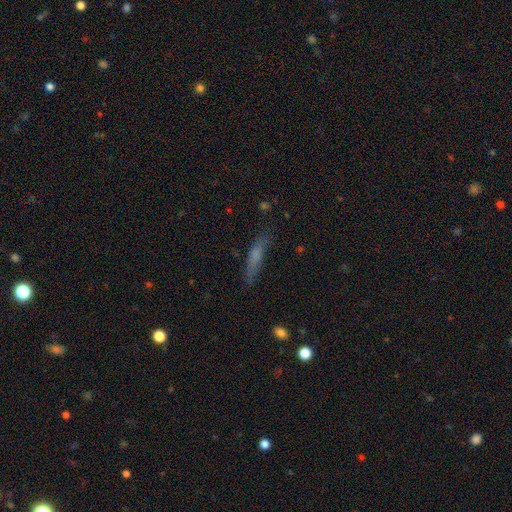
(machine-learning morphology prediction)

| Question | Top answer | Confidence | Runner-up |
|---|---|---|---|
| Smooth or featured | smooth | 61% | featured or disk (29%) |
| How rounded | cigar-shaped | 84% | in between (14%) |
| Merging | none | 72% | minor disturbance (19%) |